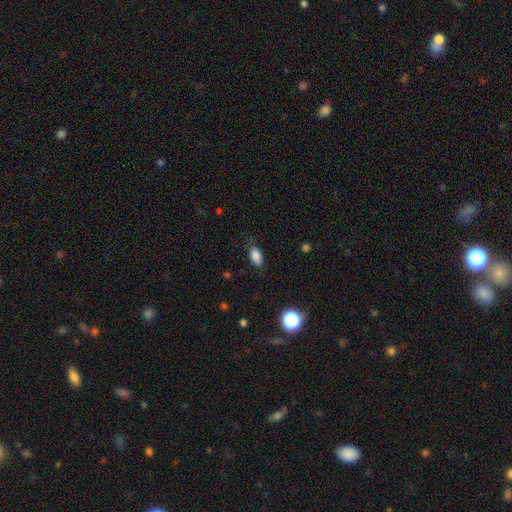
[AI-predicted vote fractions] Smooth or featured: smooth — 86% (star or artifact — 9%)
How rounded: in between — 90% (cigar-shaped — 5%)
Merging: none — 75% (minor disturbance — 19%)